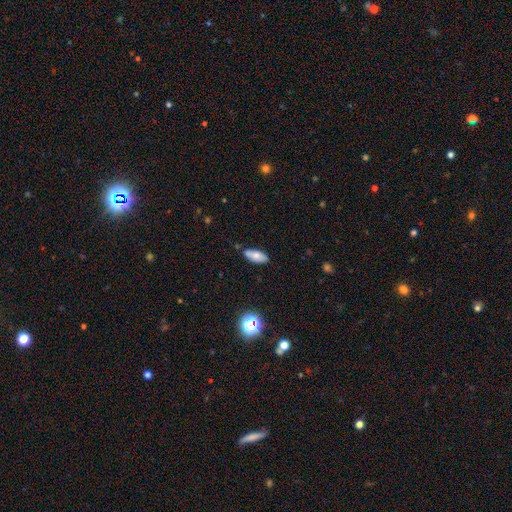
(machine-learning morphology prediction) Smooth or featured? Predicted: smooth (p=0.72). How rounded? Predicted: in between (p=0.81). Merging? Predicted: none (p=0.74).